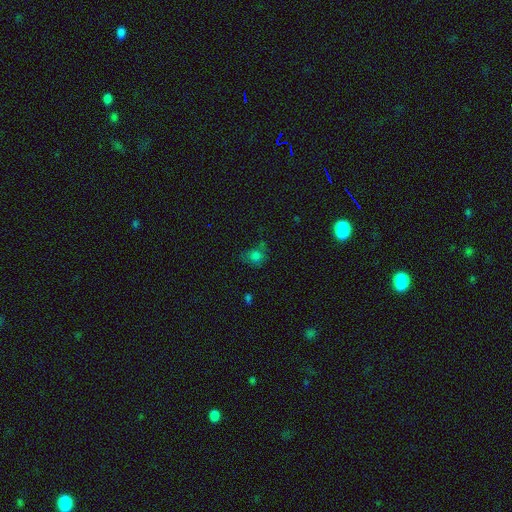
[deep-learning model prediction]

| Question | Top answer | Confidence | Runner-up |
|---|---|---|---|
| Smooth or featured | smooth | 73% | star or artifact (18%) |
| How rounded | round | 69% | in between (29%) |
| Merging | none | 52% | minor disturbance (26%) |